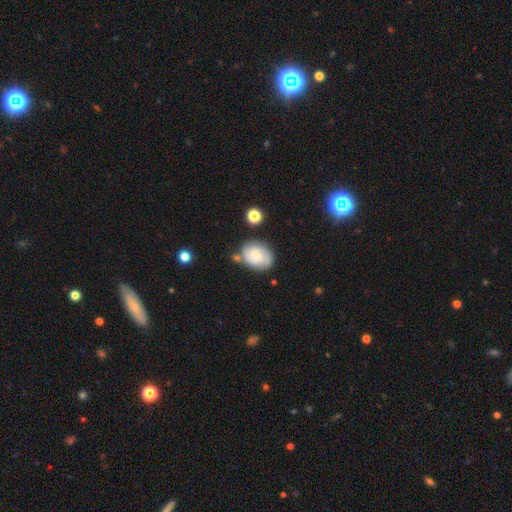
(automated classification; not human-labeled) A featured or disk galaxy (51%). Merging: none (66%).